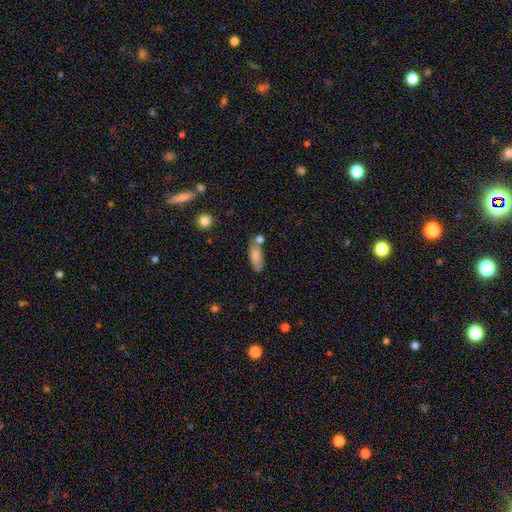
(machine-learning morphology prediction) This appears to be a smooth galaxy with no disk features (80%) that is in between round and cigar-shaped (74%). Merging: none (57%).